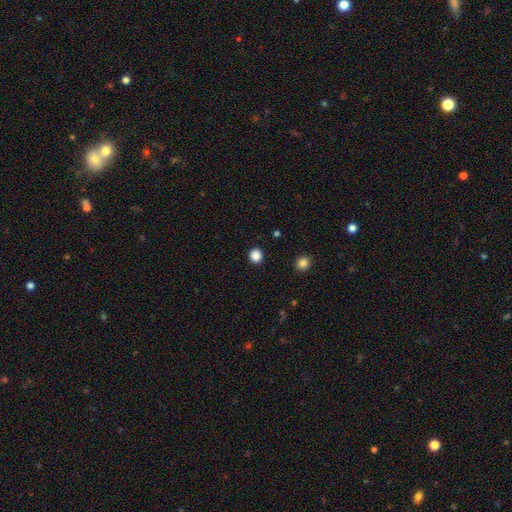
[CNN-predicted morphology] This appears to be a smooth galaxy with no disk features (87%) that is round (88%). Merging: none (92%).